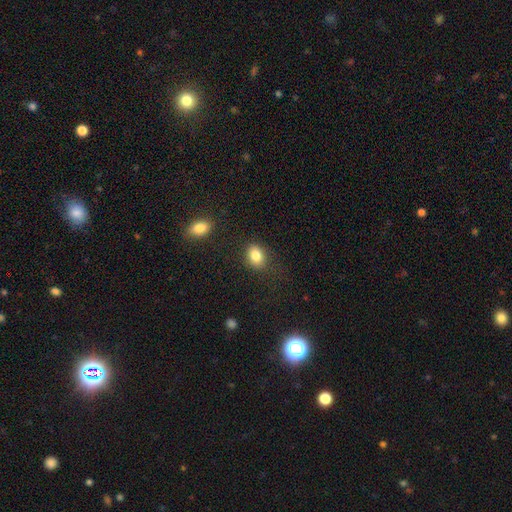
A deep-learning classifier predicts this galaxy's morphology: This appears to be a smooth galaxy with no disk features (84%) that is in between round and cigar-shaped (62%). Merging: none (81%).